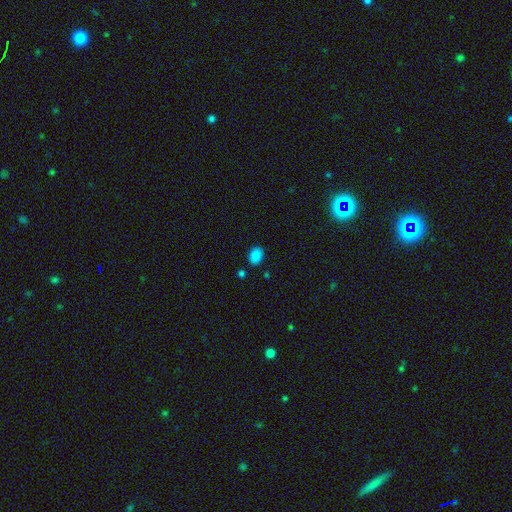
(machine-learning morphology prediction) type=smooth (84%); roundness=in between (74%); merging=none (83%).